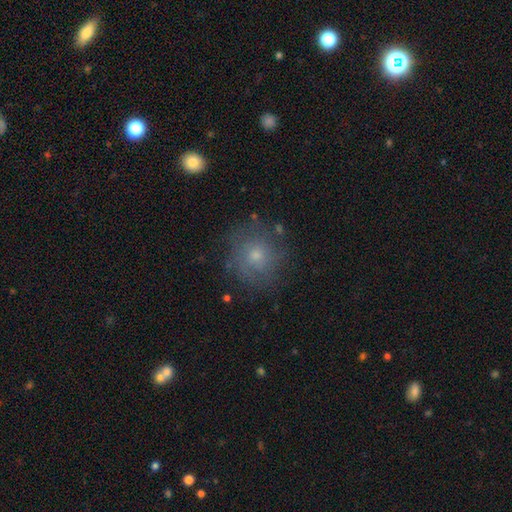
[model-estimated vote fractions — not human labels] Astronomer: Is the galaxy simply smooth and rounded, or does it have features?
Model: smooth — 56%.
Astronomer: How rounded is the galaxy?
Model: round — 88%.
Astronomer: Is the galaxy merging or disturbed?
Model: none — 75%.